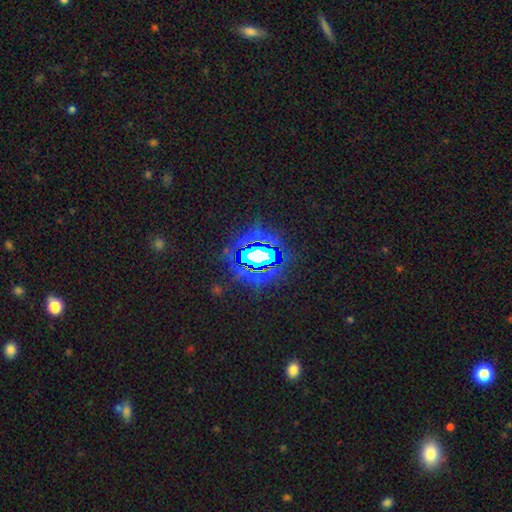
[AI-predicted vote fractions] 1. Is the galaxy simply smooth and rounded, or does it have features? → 75% star or artifact, 13% smooth, 12% featured or disk.